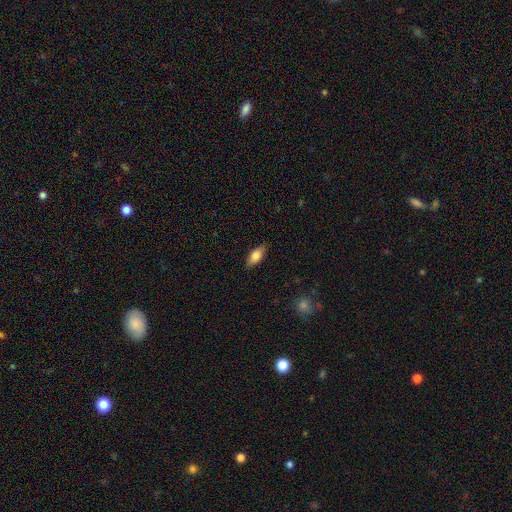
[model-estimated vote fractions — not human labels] smooth_or_featured: smooth (p=0.78) [alt: featured or disk p=0.15]
how_rounded: in between (p=0.84) [alt: cigar-shaped p=0.13]
merging: none (p=0.86) [alt: minor disturbance p=0.11]